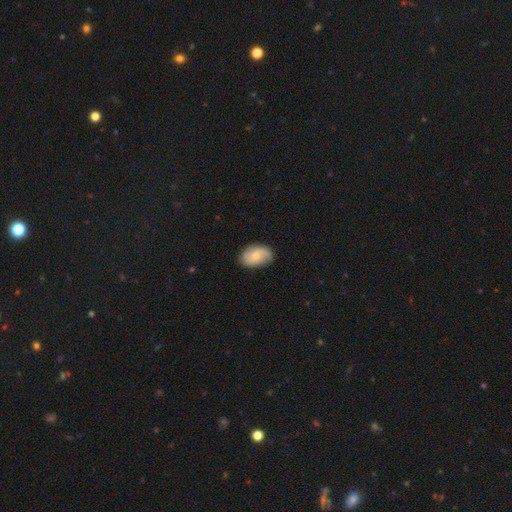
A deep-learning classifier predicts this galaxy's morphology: Smooth or featured: smooth — 59% (featured or disk — 34%)
How rounded: in between — 87% (round — 12%)
Merging: none — 72% (minor disturbance — 22%)